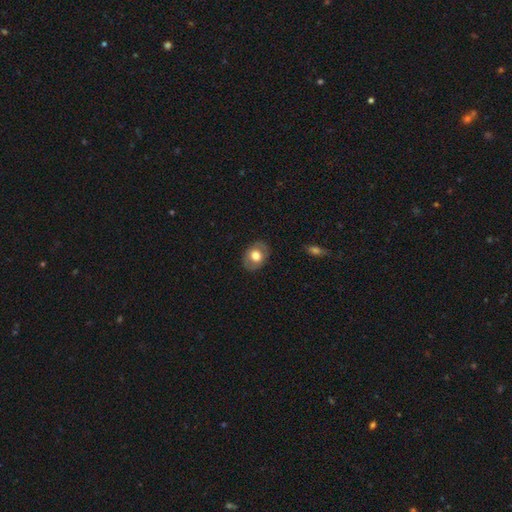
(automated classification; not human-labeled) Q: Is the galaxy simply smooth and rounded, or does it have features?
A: smooth — 69%.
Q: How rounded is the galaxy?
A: in between — 62%.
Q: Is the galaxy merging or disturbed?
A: none — 85%.